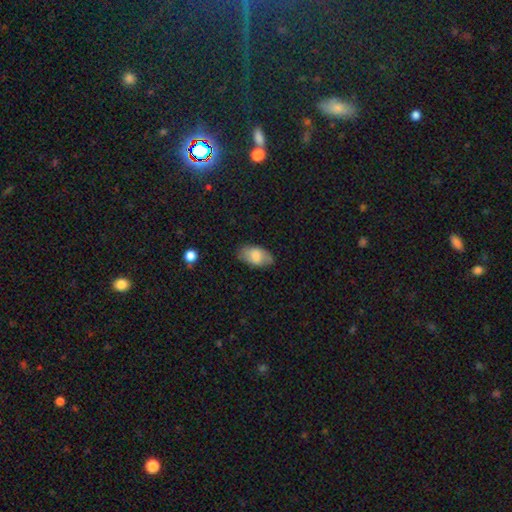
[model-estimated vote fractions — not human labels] The model was most divided on "merging": none: 75%, minor disturbance: 20%, major disturbance: 5%, merger: 1%. More confident: how rounded — in between (94%); smooth or featured — smooth (79%).